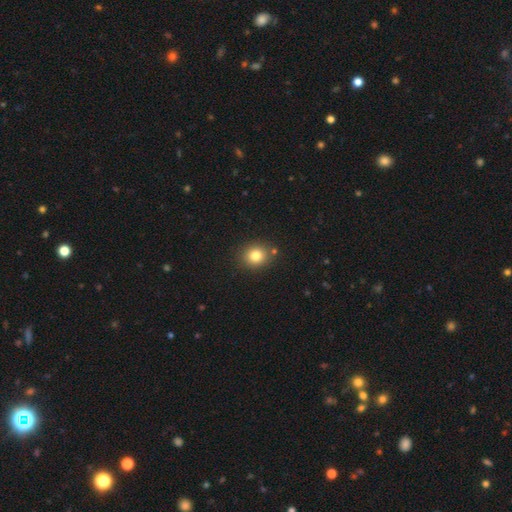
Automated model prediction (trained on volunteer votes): The model was most divided on "how rounded": round: 76%, in between: 23%, cigar-shaped: 1%. More confident: merging — none (85%); smooth or featured — smooth (81%).